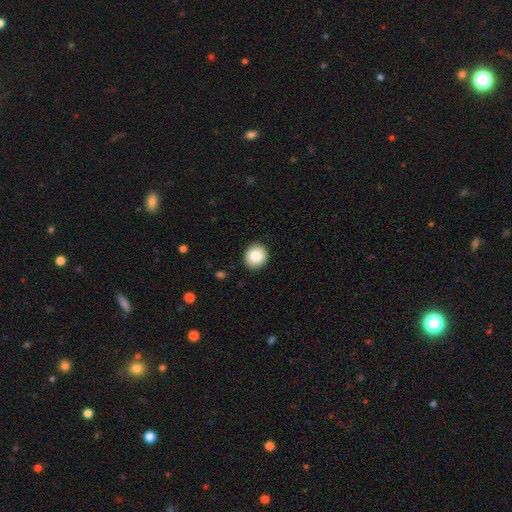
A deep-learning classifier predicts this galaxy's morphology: Smooth or featured? Predicted: smooth (p=0.84). How rounded? Predicted: round (p=0.83). Merging? Predicted: none (p=0.92).